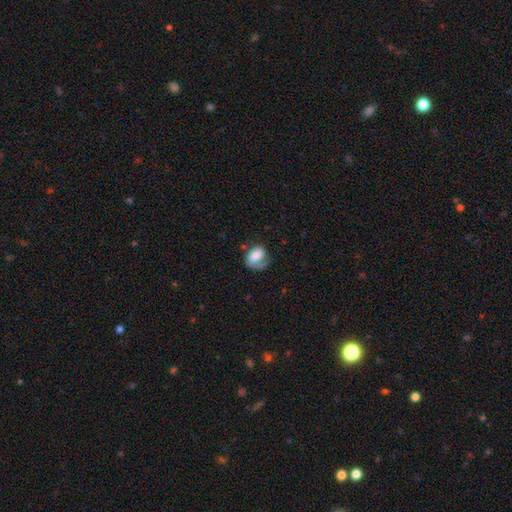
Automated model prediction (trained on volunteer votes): Q: Smooth or featured?
A: smooth (56%); runner-up: featured or disk (36%)
Q: How rounded?
A: in between (69%); runner-up: round (29%)
Q: Merging?
A: none (42%); runner-up: major disturbance (32%)